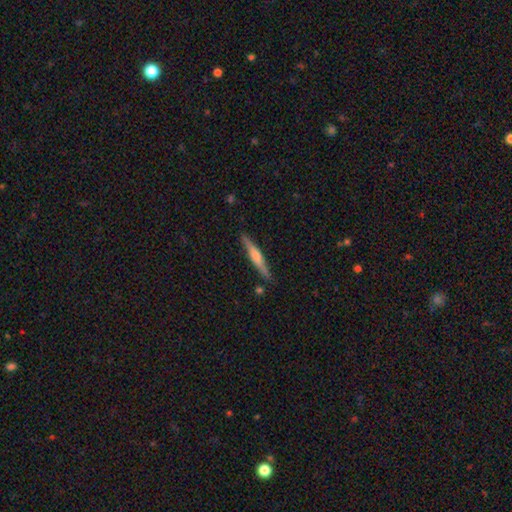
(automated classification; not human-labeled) smooth_or_featured: featured or disk (p=0.55) [alt: smooth p=0.39]
disk_edge_on: yes (p=0.97) [alt: no p=0.03]
edge_on_bulge: rounded (p=0.63) [alt: none p=0.19]
merging: none (p=0.87) [alt: minor disturbance p=0.09]